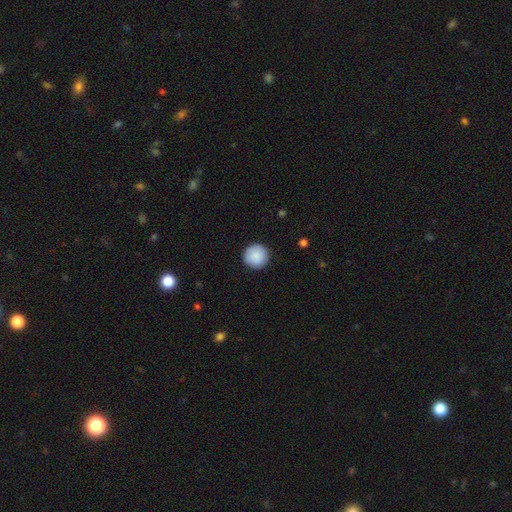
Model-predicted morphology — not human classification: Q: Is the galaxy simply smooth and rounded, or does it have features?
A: smooth — 90%.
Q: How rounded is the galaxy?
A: round — 96%.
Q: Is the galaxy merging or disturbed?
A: none — 92%.